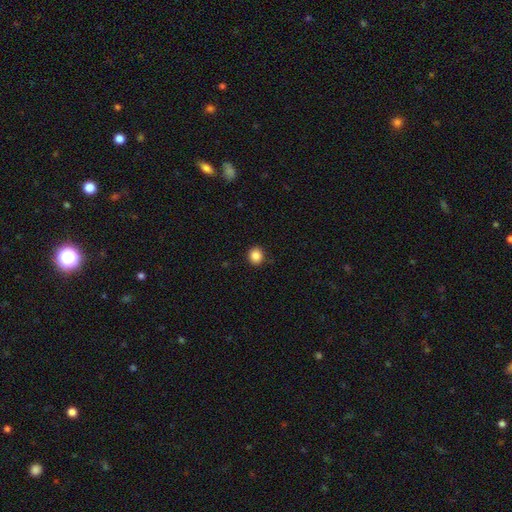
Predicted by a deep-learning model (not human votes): Smooth or featured? smooth (86%)
How rounded? round (82%)
Merging? none (91%)